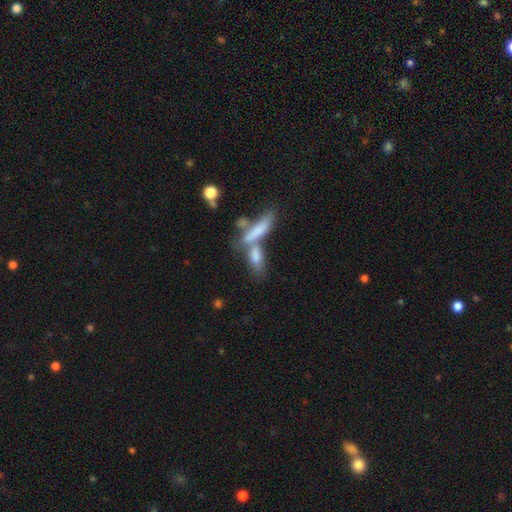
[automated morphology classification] smooth-or-featured: smooth: 74% | featured or disk: 18% | star or artifact: 8%
  how-rounded: in between: 51% | cigar-shaped: 45% | round: 4%
  merging: merger: 52% | none: 33% | minor disturbance: 10% | major disturbance: 6%